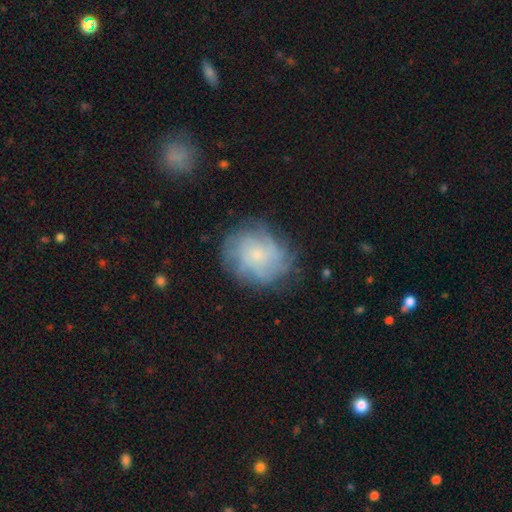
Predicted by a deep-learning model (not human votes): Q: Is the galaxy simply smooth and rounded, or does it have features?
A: featured or disk — 57%.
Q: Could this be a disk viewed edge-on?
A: no — 97%.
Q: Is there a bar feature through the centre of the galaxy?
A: no — 80%.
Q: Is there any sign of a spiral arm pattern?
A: yes — 81%.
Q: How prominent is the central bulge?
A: small — 68%.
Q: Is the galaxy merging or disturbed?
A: none — 71%.